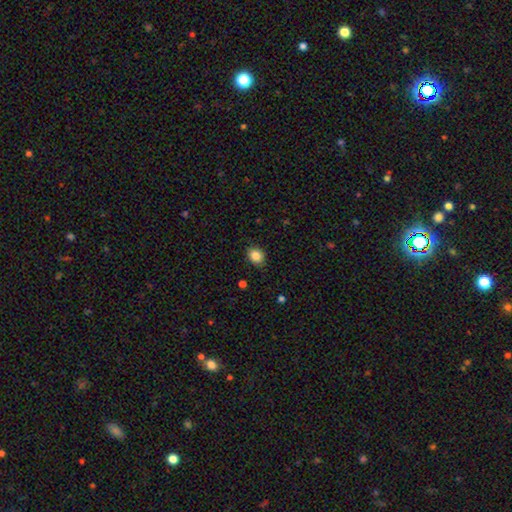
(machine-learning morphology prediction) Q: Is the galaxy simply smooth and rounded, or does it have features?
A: smooth — 85%.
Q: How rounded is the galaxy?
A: round — 58%.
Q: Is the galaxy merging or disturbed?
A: none — 87%.